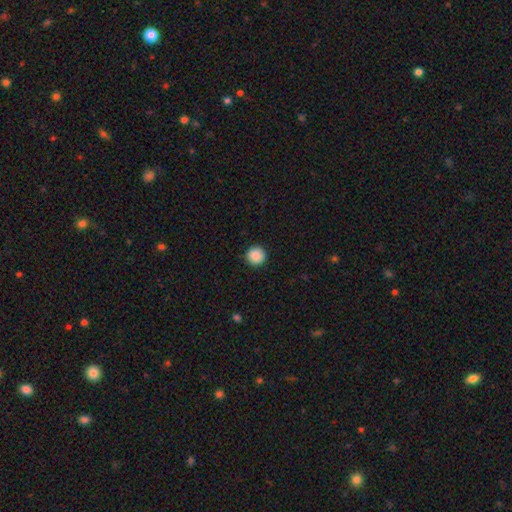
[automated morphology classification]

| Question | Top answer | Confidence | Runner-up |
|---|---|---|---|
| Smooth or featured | smooth | 88% | star or artifact (8%) |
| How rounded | round | 95% | in between (4%) |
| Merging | none | 92% | minor disturbance (5%) |